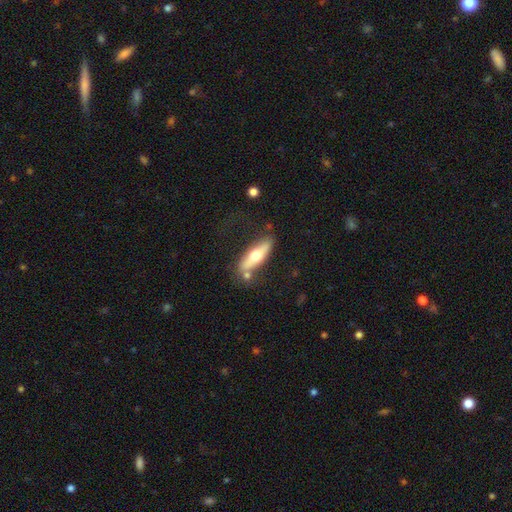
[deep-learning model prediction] This appears to be a smooth galaxy with no disk features (50%). Merging: none (67%).